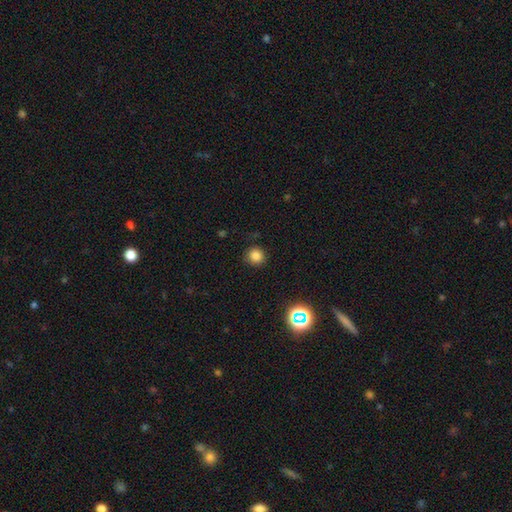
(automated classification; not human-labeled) A smooth galaxy with no disk features (82%) that is round (92%). Merging: none (89%).